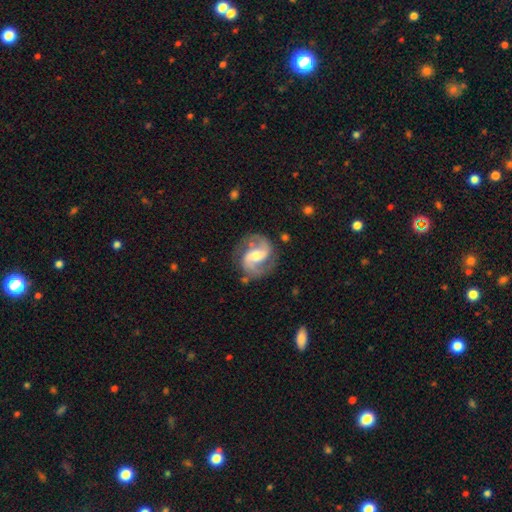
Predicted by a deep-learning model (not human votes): Smooth or featured?
  - featured or disk: 89% *
  - smooth: 6%
  - star or artifact: 5%
Edge-on disk?
  - no: 98% *
  - yes: 2%
Bar?
  - weak: 46% *
  - strong: 30%
  - no: 24%
Spiral arms?
  - yes: 97% *
  - no: 3%
Spiral winding?
  - medium: 58% *
  - loose: 23%
  - tight: 19%
Spiral arm count?
  - 2: 93% *
  - can't tell: 2%
  - 1: 1%
  - 3: 1%
  - 4: 1%
  - more than 4: 1%
Bulge size?
  - moderate: 61% *
  - small: 25%
  - large: 10%
  - none: 3%
  - dominant: 1%
Merging?
  - none: 80% *
  - minor disturbance: 13%
  - major disturbance: 5%
  - merger: 2%